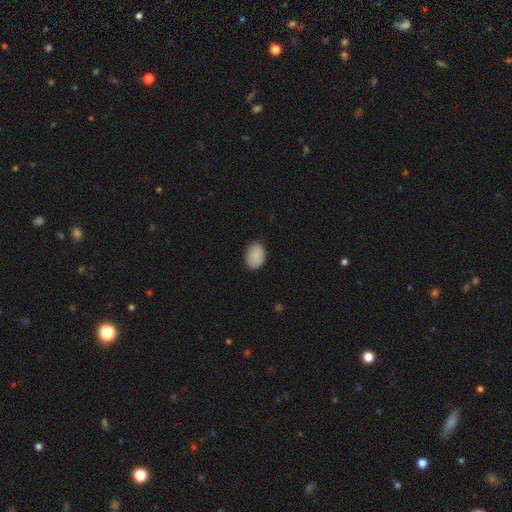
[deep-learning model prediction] smooth 89%, star or artifact 7%, featured or disk 4%. Down the decision tree: how rounded — in between (75%); merging — none (85%).